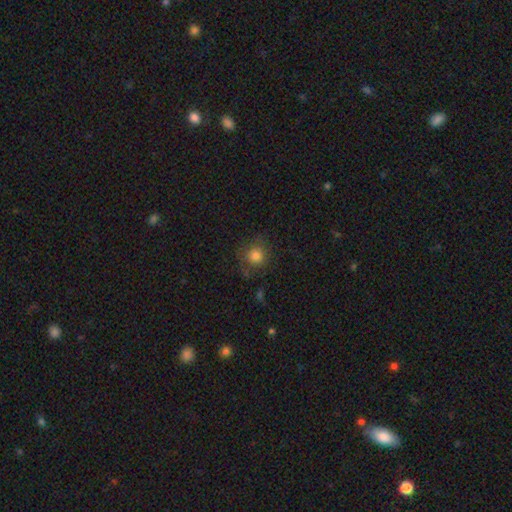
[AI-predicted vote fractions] A smooth galaxy with no disk features (80%) that is round (91%). Merging: none (77%).